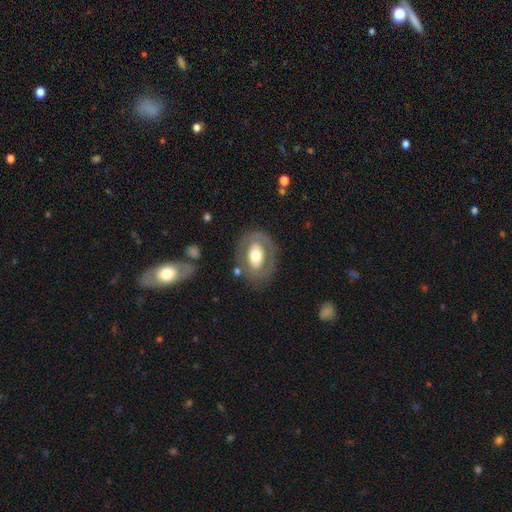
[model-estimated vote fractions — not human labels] smooth-or-featured: featured or disk: 52% | smooth: 42% | star or artifact: 6%
  disk-edge-on: no: 92% | yes: 8%
  merging: none: 74% | minor disturbance: 14% | major disturbance: 8% | merger: 3%